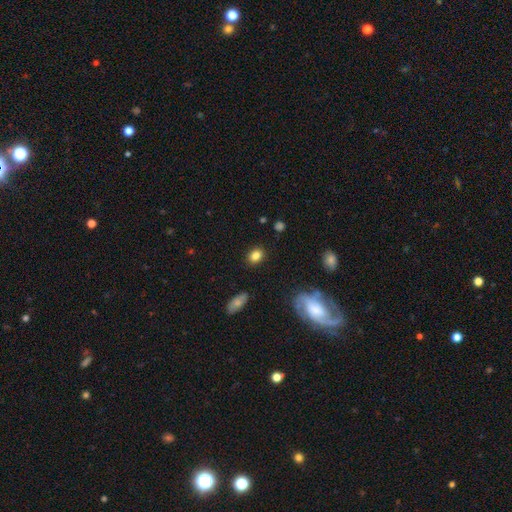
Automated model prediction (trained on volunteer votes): smooth 83%, star or artifact 10%, featured or disk 7%. Down the decision tree: how rounded — in between (56%); merging — none (86%).